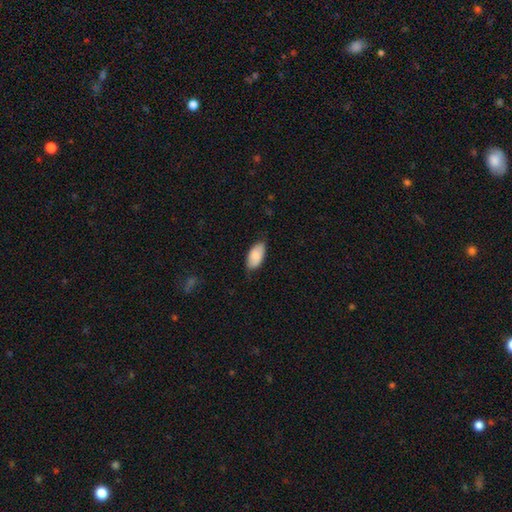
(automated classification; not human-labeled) Smooth or featured? Predicted: smooth (p=0.86). How rounded? Predicted: in between (p=0.94). Merging? Predicted: none (p=0.74).